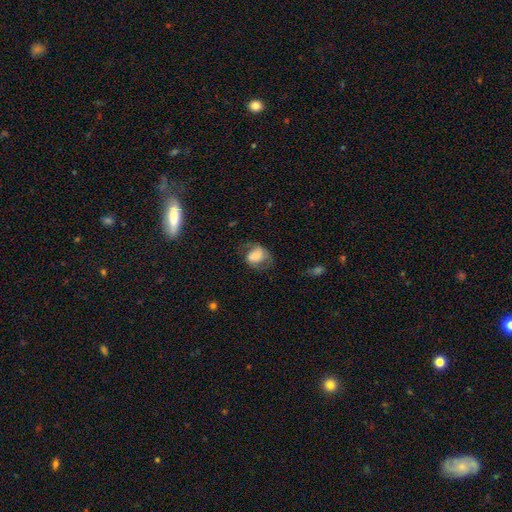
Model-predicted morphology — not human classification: type=smooth (63%); roundness=in between (64%); merging=none (44%).